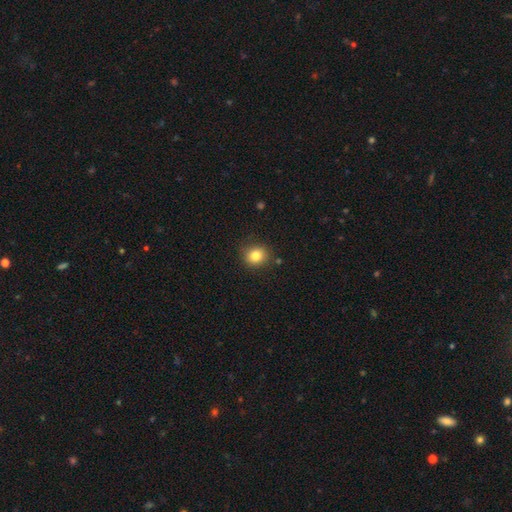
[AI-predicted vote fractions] A smooth galaxy with no disk features (82%) that is round (79%).

Vote fractions:
- Smooth or featured? smooth: 82% / star or artifact: 11% / featured or disk: 7%
- How rounded? round: 79% / in between: 20% / cigar-shaped: 1%
- Merging? none: 86% / minor disturbance: 9% / major disturbance: 3% / merger: 2%